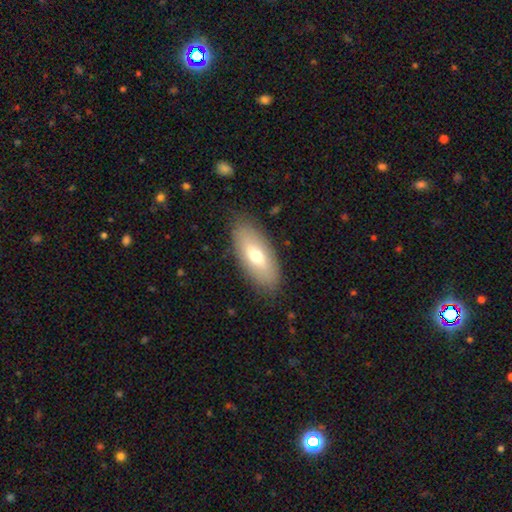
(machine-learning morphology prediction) A smooth galaxy with no disk features (65%) that is in between round and cigar-shaped (85%).

Vote fractions:
- Smooth or featured? smooth: 65% / featured or disk: 28% / star or artifact: 7%
- How rounded? in between: 85% / cigar-shaped: 12% / round: 3%
- Merging? none: 84% / minor disturbance: 11% / major disturbance: 3% / merger: 1%